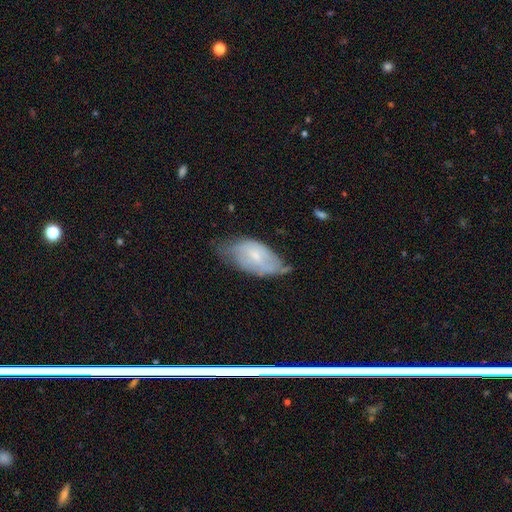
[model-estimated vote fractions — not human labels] Smooth or featured?
  - featured or disk: 46% * (tied)
  - smooth: 46% * (tied)
  - star or artifact: 7%
Merging?
  - minor disturbance: 43% *
  - none: 40%
  - major disturbance: 15%
  - merger: 3%